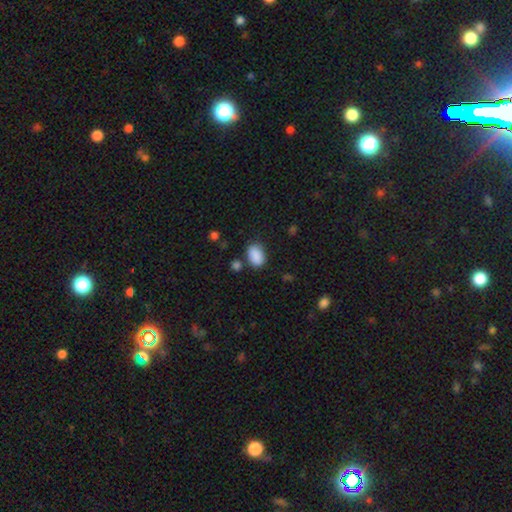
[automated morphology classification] This appears to be a smooth galaxy with no disk features (88%) that is in between round and cigar-shaped (84%). Merging: none (73%).